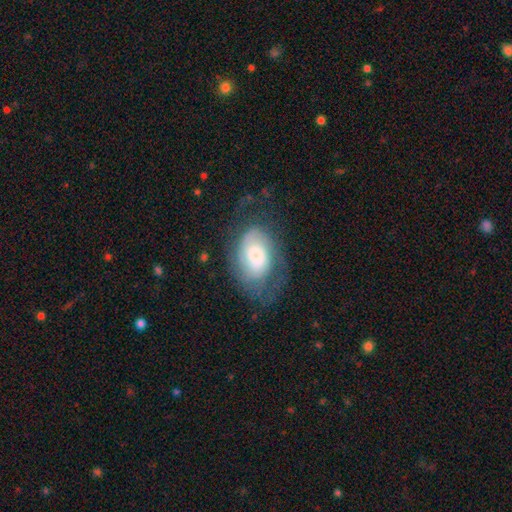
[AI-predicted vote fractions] A featured or disk galaxy (53%) with no bar (77%), spiral arms (78%) and a large central bulge (35%).

Vote fractions:
- Smooth or featured? featured or disk: 53% / smooth: 38% / star or artifact: 8%
- Edge-on disk? no: 96% / yes: 4%
- Bar? no: 77% / weak: 19% / strong: 4%
- Spiral arms? yes: 78% / no: 22%
- Bulge size? large: 35% / moderate: 28% / small: 21% / dominant: 11% / none: 5%
- Merging? none: 50% / major disturbance: 24% / minor disturbance: 24% / merger: 2%